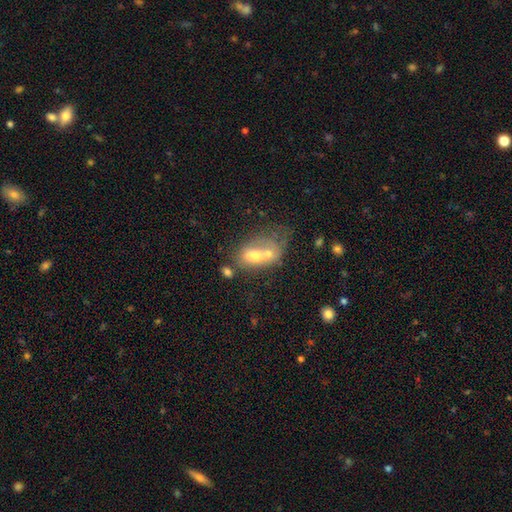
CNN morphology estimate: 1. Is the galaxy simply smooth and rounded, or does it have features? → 60% smooth, 30% featured or disk, 10% star or artifact.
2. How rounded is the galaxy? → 78% in between, 17% round, 5% cigar-shaped.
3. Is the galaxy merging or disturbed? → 65% merger, 16% none, 10% major disturbance, 9% minor disturbance.